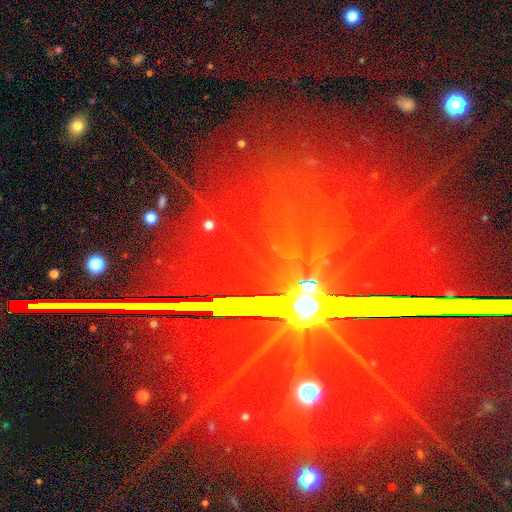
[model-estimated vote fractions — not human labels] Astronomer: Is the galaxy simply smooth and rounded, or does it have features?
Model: star or artifact — 72%.